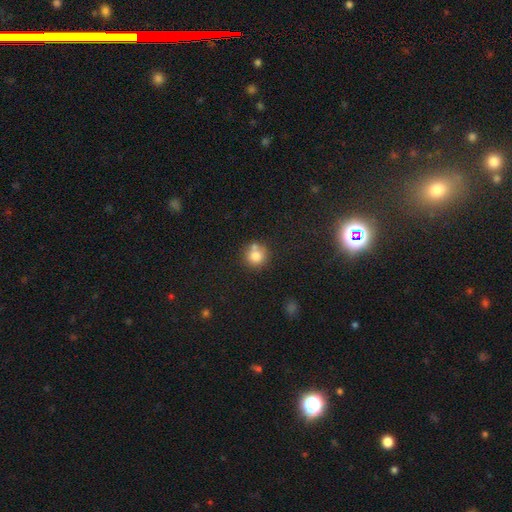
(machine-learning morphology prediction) A smooth galaxy with no disk features (78%) that is round (91%). Merging: none (62%).